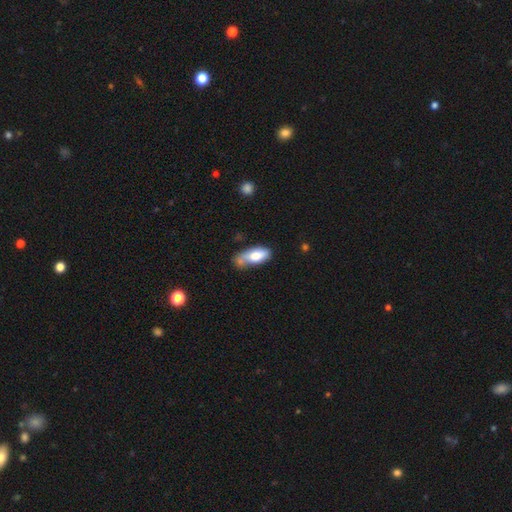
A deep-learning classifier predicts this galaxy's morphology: This is likely a smooth galaxy (74%). How rounded: clearly in between (84%). Merging: marginally none (34%).